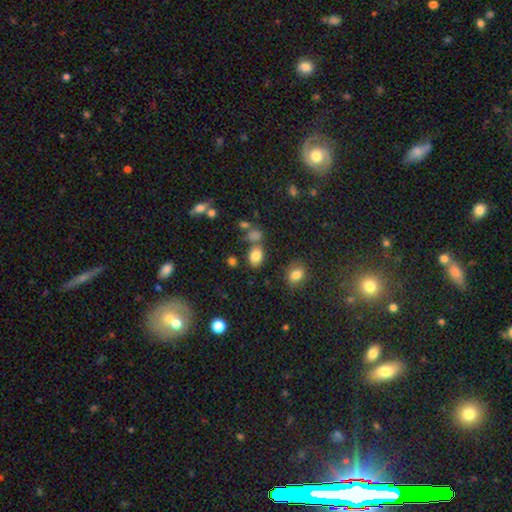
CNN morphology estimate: Q: Smooth or featured?
A: smooth (81%); runner-up: star or artifact (12%)
Q: How rounded?
A: in between (75%); runner-up: round (24%)
Q: Merging?
A: none (68%); runner-up: minor disturbance (14%)